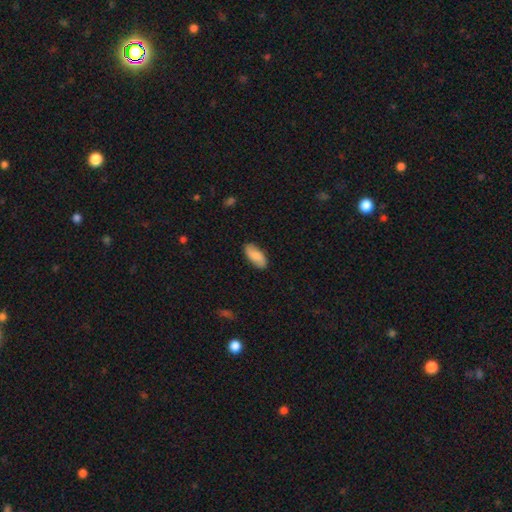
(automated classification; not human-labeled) This appears to be a smooth galaxy with no disk features (75%) that is in between round and cigar-shaped (89%). Merging: none (84%).